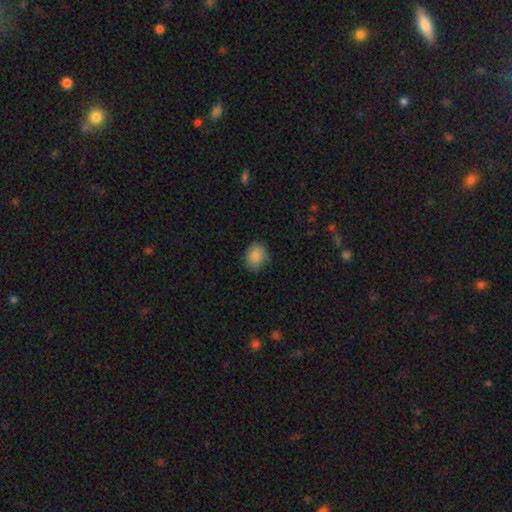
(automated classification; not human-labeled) This is clearly a smooth galaxy (87%). How rounded: possibly round (55%). Merging: likely none (77%).